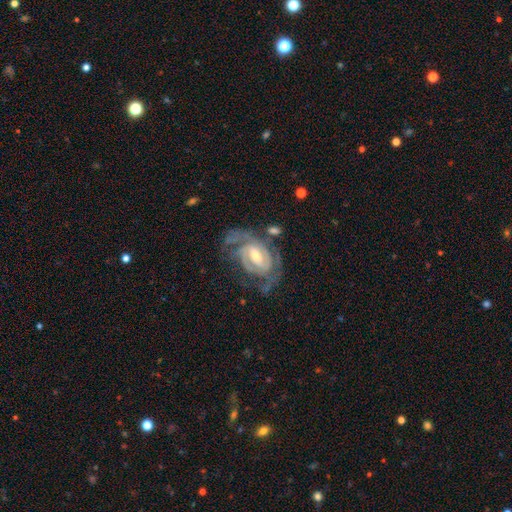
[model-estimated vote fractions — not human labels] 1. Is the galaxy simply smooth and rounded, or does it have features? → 88% featured or disk, 7% smooth, 5% star or artifact.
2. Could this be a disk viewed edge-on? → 96% no, 4% yes.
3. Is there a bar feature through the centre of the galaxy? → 51% weak, 29% strong, 20% no.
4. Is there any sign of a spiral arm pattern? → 95% yes, 5% no.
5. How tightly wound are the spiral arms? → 61% tight, 32% medium, 7% loose.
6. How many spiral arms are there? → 55% 2, 18% can't tell, 16% 3, 4% 1, 4% 4, 3% more than 4.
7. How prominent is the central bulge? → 52% moderate, 40% small, 4% large, 3% none, 1% dominant.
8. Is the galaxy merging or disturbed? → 60% none, 20% minor disturbance, 15% major disturbance, 4% merger.